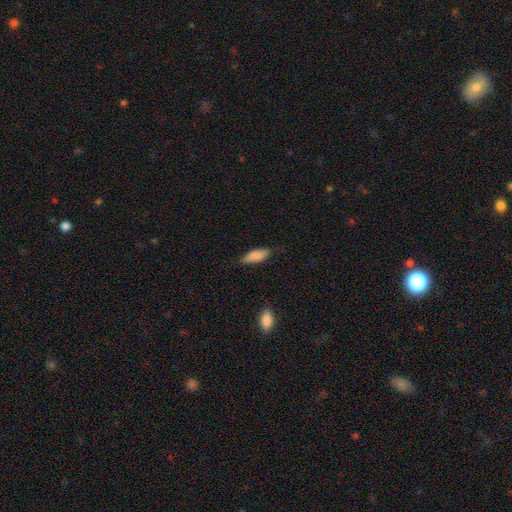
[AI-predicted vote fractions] smooth_or_featured: smooth (p=0.87) [alt: featured or disk p=0.07]
how_rounded: in between (p=0.70) [alt: cigar-shaped p=0.28]
merging: none (p=0.78) [alt: minor disturbance p=0.17]